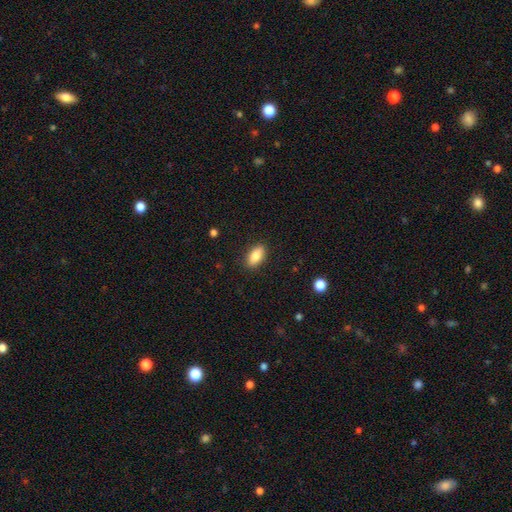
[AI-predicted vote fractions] Q: Smooth or featured?
A: smooth (86%); runner-up: star or artifact (7%)
Q: How rounded?
A: in between (91%); runner-up: cigar-shaped (5%)
Q: Merging?
A: none (88%); runner-up: minor disturbance (8%)